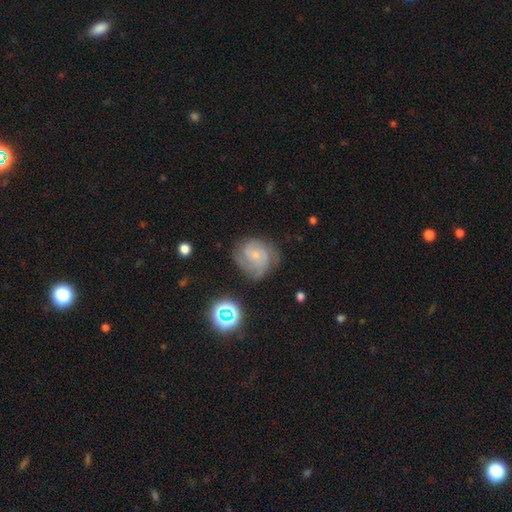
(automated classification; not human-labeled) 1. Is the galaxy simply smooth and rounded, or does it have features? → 72% featured or disk, 19% smooth, 9% star or artifact.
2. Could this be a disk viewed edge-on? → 98% no, 2% yes.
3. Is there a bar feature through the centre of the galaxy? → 67% no, 29% weak, 4% strong.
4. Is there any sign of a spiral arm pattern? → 93% yes, 7% no.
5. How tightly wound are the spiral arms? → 48% tight, 40% medium, 12% loose.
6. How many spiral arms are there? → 31% 3, 29% 2, 24% can't tell, 6% 4, 6% 1, 4% more than 4.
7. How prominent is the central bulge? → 69% small, 18% moderate, 10% none, 2% large, 1% dominant.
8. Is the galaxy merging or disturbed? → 61% none, 23% minor disturbance, 13% major disturbance, 3% merger.